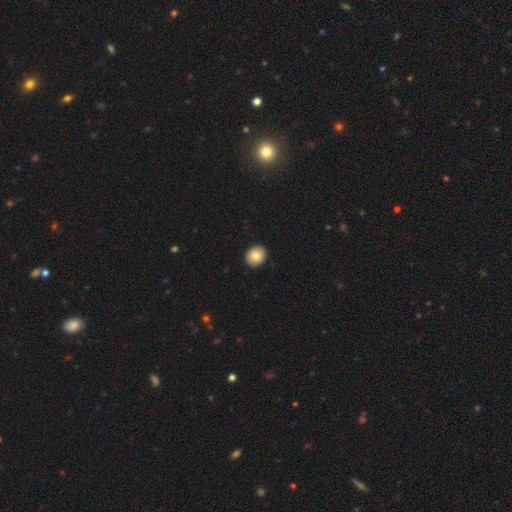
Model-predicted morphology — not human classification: Q: Smooth or featured?
A: smooth (82%); runner-up: featured or disk (10%)
Q: How rounded?
A: round (63%); runner-up: in between (36%)
Q: Merging?
A: none (92%); runner-up: minor disturbance (6%)